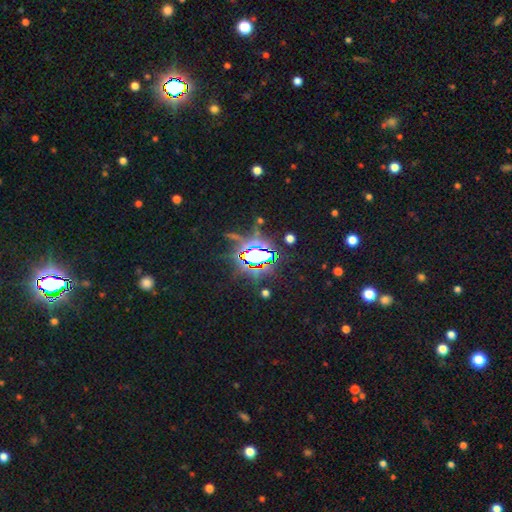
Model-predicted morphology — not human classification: smooth-or-featured: star or artifact: 76% | smooth: 13% | featured or disk: 11%